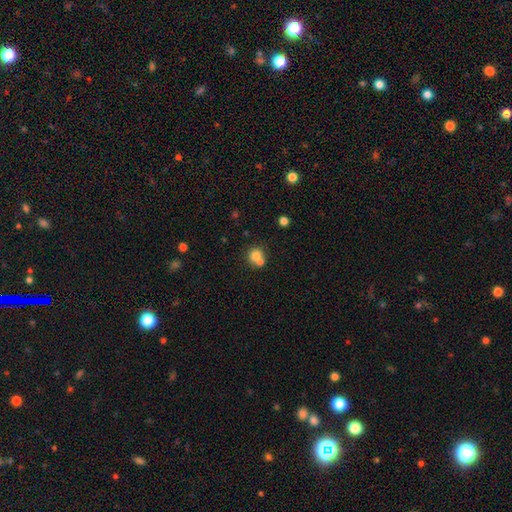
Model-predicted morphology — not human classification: type=smooth (75%); roundness=round (86%); merging=none (45%, tied with merger).